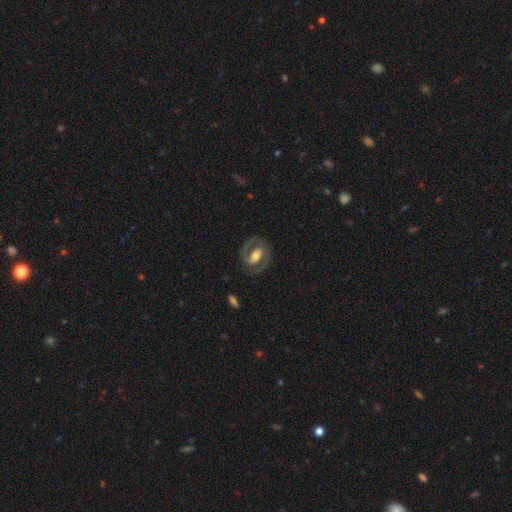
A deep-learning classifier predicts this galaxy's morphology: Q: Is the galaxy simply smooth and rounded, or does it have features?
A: featured or disk — 80%.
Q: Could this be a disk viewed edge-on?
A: no — 96%.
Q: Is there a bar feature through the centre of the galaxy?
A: strong — 44%.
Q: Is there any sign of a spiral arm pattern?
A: yes — 83%.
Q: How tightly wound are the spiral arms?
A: medium — 47%.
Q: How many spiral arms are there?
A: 2 — 87%.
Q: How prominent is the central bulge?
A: moderate — 65%.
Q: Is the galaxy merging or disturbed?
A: none — 80%.